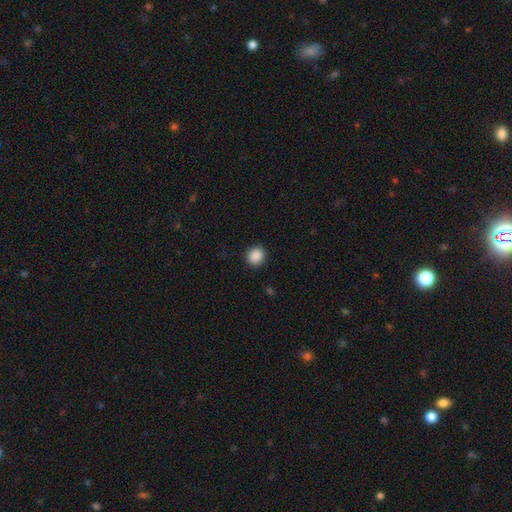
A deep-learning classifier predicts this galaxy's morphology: type=smooth (89%); roundness=round (87%); merging=none (90%).